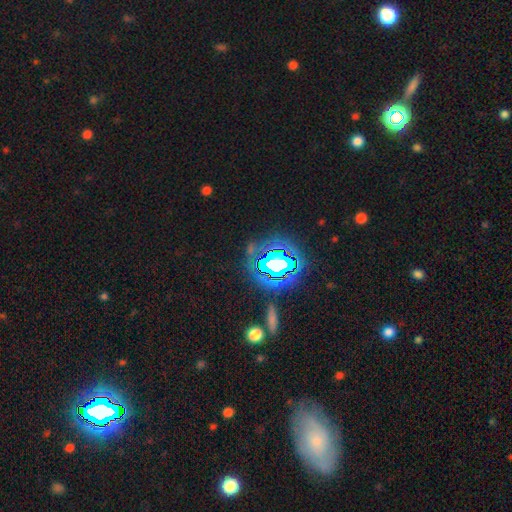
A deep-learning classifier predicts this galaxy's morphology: The model was most divided on "smooth or featured": star or artifact: 78%, smooth: 11%, featured or disk: 11%.